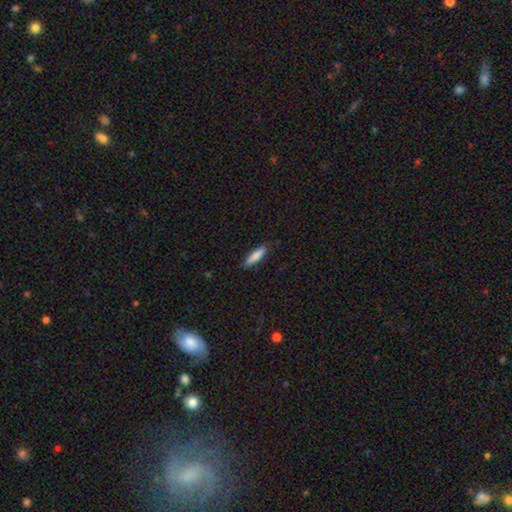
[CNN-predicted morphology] This is clearly a smooth galaxy (84%). How rounded: likely cigar-shaped (75%). Merging: clearly none (87%).